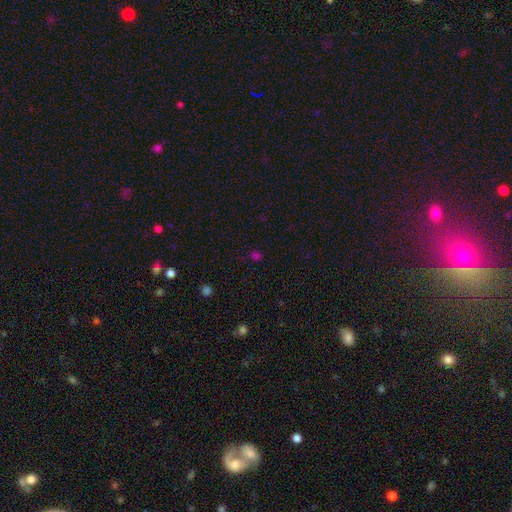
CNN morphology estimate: Smooth or featured: smooth — 57% (star or artifact — 38%)
How rounded: round — 52% (in between — 47%)
Merging: none — 78% (minor disturbance — 13%)